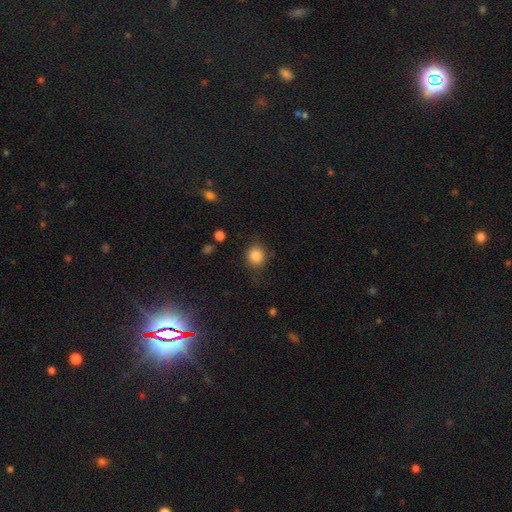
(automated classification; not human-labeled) This appears to be a smooth galaxy with no disk features (85%) that is round (79%). Merging: none (79%).